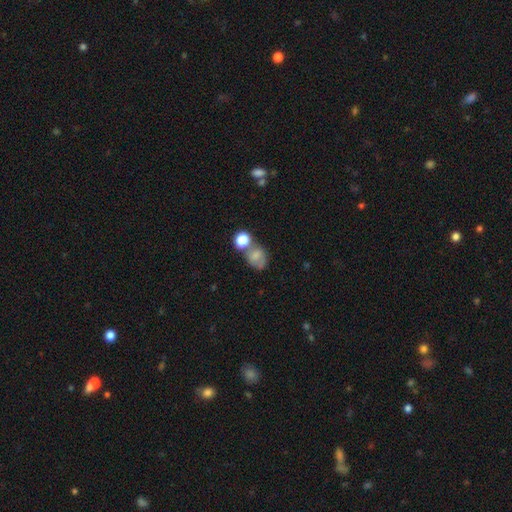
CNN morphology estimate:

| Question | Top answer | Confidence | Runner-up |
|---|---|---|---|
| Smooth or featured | smooth | 69% | featured or disk (18%) |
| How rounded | in between | 51% | round (48%) |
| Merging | merger | 37% | none (35%) |